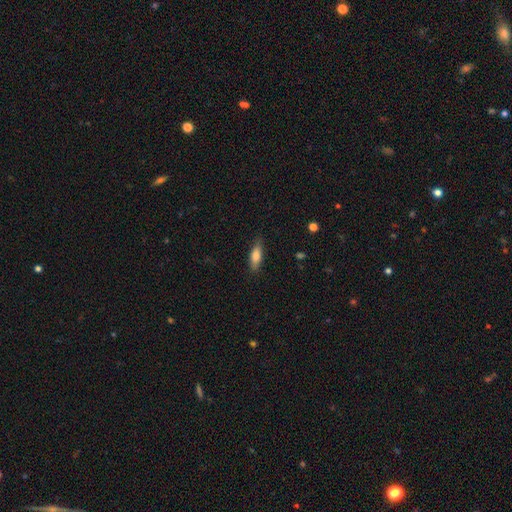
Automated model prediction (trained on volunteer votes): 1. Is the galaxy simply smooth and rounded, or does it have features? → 76% smooth, 18% featured or disk, 7% star or artifact.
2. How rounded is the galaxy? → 55% in between, 42% cigar-shaped, 2% round.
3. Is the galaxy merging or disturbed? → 82% none, 14% minor disturbance, 3% major disturbance, 1% merger.